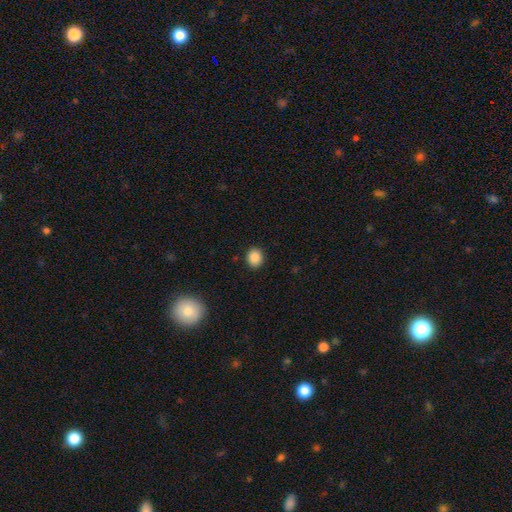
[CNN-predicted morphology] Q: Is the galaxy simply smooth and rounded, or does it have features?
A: smooth — 88%.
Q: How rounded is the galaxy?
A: round — 72%.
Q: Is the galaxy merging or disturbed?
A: none — 90%.